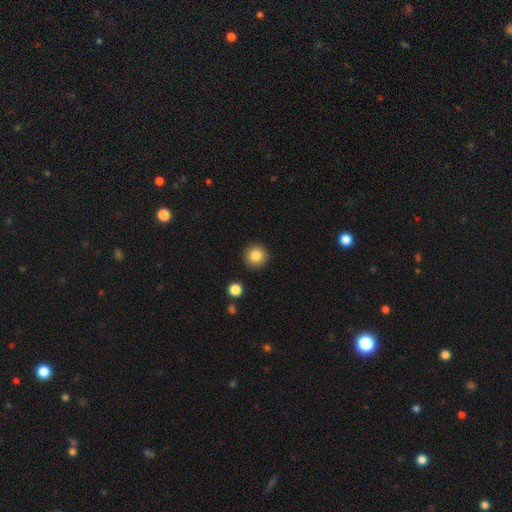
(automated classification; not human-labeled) This is clearly a smooth galaxy (85%). How rounded: clearly round (95%). Merging: clearly none (92%).